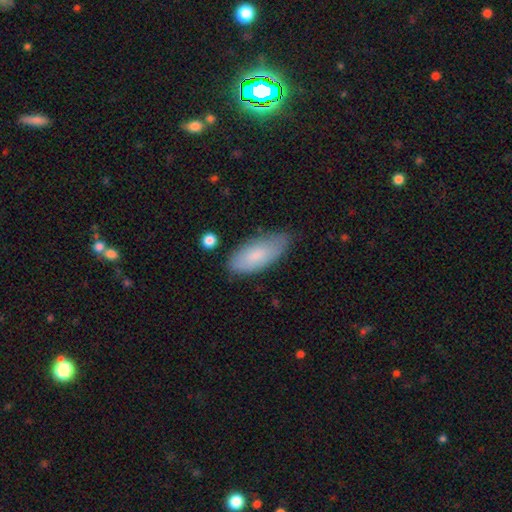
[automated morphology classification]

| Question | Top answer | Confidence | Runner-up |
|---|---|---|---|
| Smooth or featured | smooth | 80% | featured or disk (14%) |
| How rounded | in between | 86% | cigar-shaped (12%) |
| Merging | none | 71% | minor disturbance (23%) |